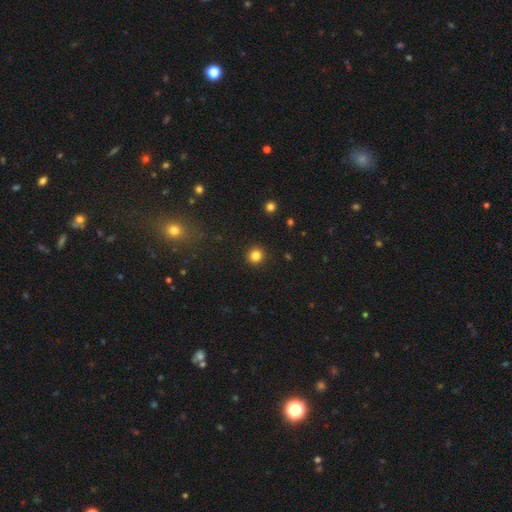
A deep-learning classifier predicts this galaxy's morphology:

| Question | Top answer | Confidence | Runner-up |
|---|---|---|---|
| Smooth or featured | smooth | 83% | star or artifact (12%) |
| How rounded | round | 93% | in between (6%) |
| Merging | none | 93% | minor disturbance (5%) |